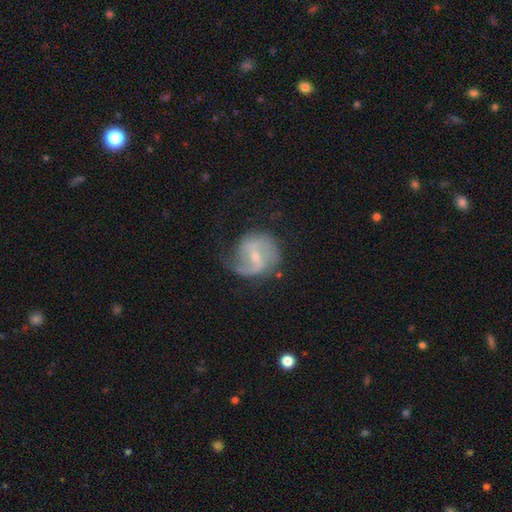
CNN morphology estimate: Smooth or featured?
  - featured or disk: 79% *
  - smooth: 14%
  - star or artifact: 6%
Edge-on disk?
  - no: 98% *
  - yes: 2%
Bar?
  - weak: 53% *
  - no: 24%
  - strong: 23%
Spiral arms?
  - yes: 92% *
  - no: 8%
Spiral winding?
  - medium: 45% *
  - loose: 34%
  - tight: 21%
Spiral arm count?
  - 2: 67% *
  - 1: 16%
  - can't tell: 11%
  - 3: 4%
  - 4: 1%
  - more than 4: 1%
Bulge size?
  - small: 61% *
  - moderate: 34%
  - none: 3%
  - large: 1%
  - dominant: 1%
Merging?
  - none: 58% *
  - minor disturbance: 24%
  - major disturbance: 16%
  - merger: 2%